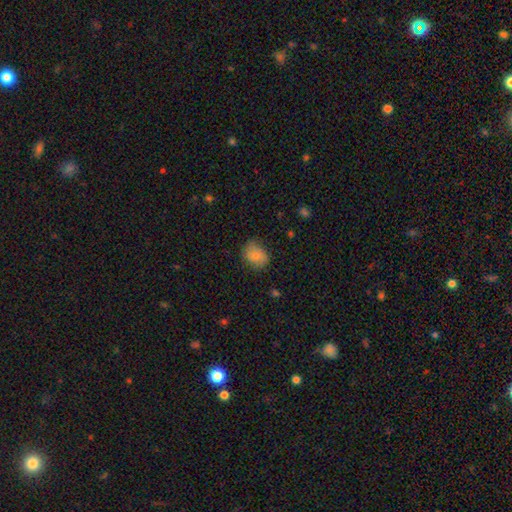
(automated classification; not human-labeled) A smooth galaxy with no disk features (77%) that is round (50%).

Vote fractions:
- Smooth or featured? smooth: 77% / featured or disk: 14% / star or artifact: 9%
- How rounded? round: 50% / in between: 49% / cigar-shaped: 1%
- Merging? none: 71% / minor disturbance: 23% / major disturbance: 5% / merger: 1%